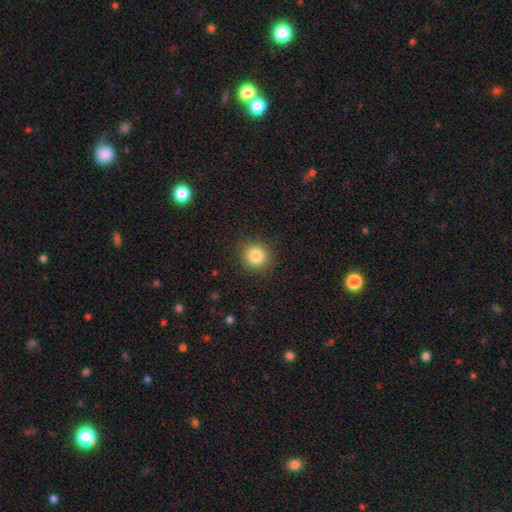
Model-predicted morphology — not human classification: smooth 84%, star or artifact 11%, featured or disk 6%. Down the decision tree: how rounded — round (89%); merging — none (90%).